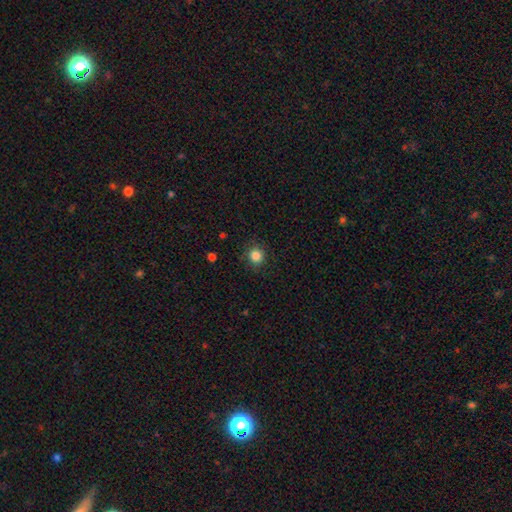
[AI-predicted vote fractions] A smooth galaxy with no disk features (85%) that is round (90%). Merging: none (85%).